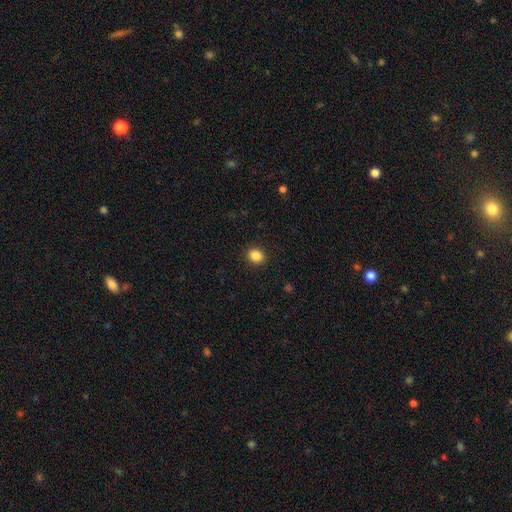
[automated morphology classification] This appears to be a smooth galaxy with no disk features (86%) that is round (71%). Merging: none (91%).